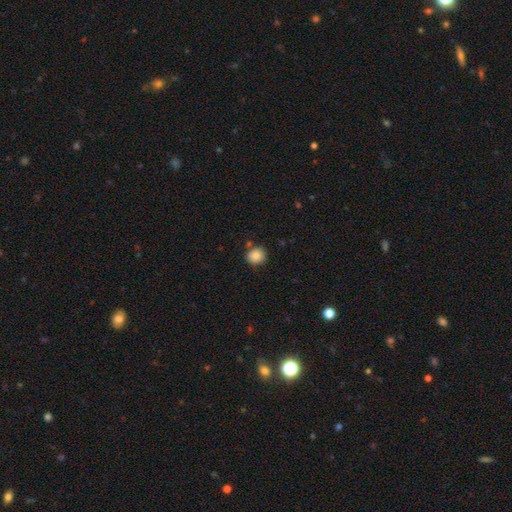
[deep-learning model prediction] Morphology: type=smooth (85%); roundness=round (86%); merging=none (82%).